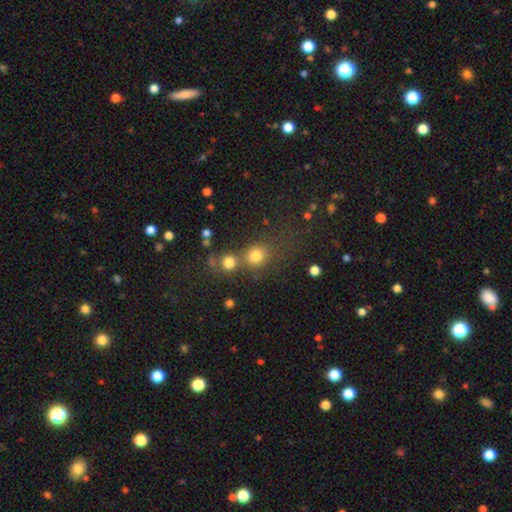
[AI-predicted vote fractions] A smooth galaxy with no disk features (77%) that is round (80%).

Vote fractions:
- Smooth or featured? smooth: 77% / star or artifact: 15% / featured or disk: 8%
- How rounded? round: 80% / in between: 19% / cigar-shaped: 1%
- Merging? none: 50% / merger: 35% / minor disturbance: 9% / major disturbance: 6%